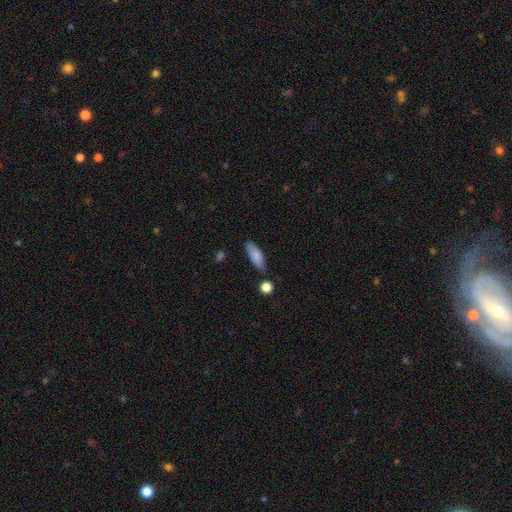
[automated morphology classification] smooth_or_featured: smooth (p=0.85) [alt: featured or disk p=0.09]
how_rounded: in between (p=0.68) [alt: cigar-shaped p=0.29]
merging: none (p=0.76) [alt: minor disturbance p=0.16]